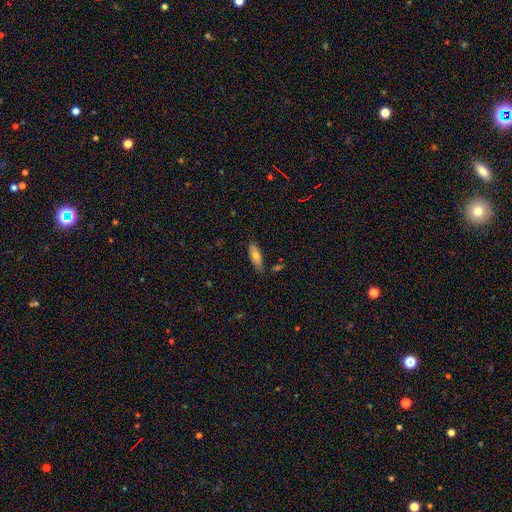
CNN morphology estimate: smooth 70%, featured or disk 23%, star or artifact 7%. Down the decision tree: how rounded — in between (64%); merging — none (79%).